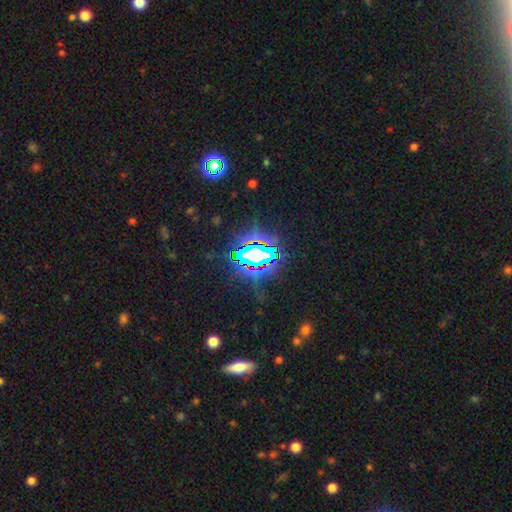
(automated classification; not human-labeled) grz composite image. It shows a star or artifact, not a galaxy (76%).